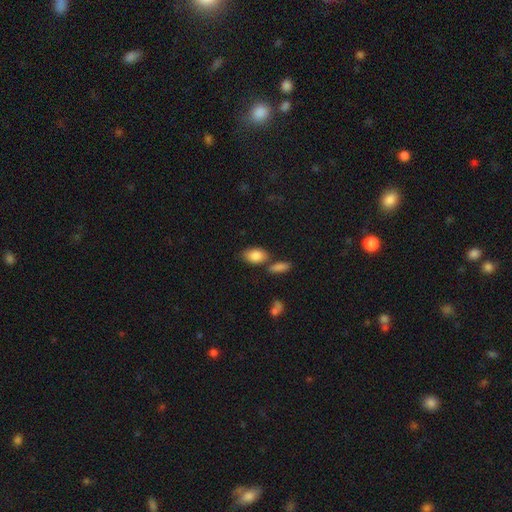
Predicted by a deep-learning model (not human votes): A smooth galaxy with no disk features (86%) that is in between round and cigar-shaped (89%).

Vote fractions:
- Smooth or featured? smooth: 86% / star or artifact: 7% / featured or disk: 7%
- How rounded? in between: 89% / round: 8% / cigar-shaped: 2%
- Merging? none: 65% / merger: 17% / minor disturbance: 14% / major disturbance: 4%